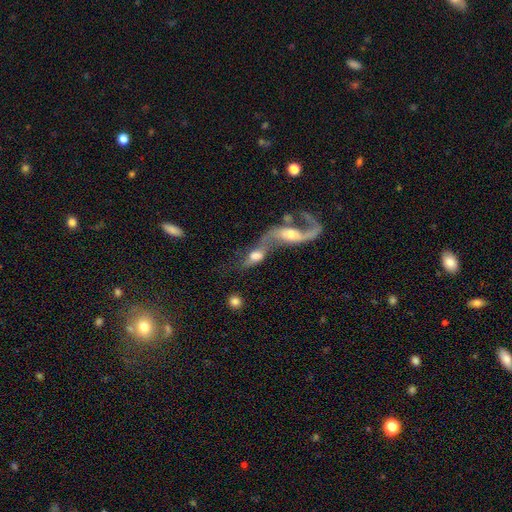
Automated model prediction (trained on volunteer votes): Morphology: type=featured or disk (57%); edge-on=no (87%); merging=merger (74%).